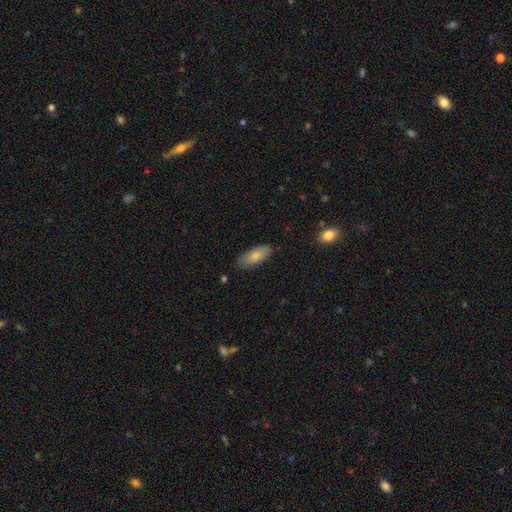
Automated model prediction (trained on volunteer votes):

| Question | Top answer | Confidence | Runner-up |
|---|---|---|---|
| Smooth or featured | smooth | 79% | featured or disk (15%) |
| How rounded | in between | 77% | cigar-shaped (21%) |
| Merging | none | 81% | minor disturbance (14%) |